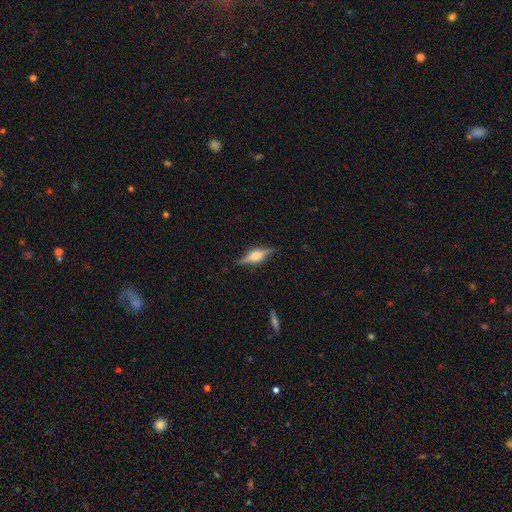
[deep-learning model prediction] The model was most divided on "smooth or featured": featured or disk: 76%, smooth: 17%, star or artifact: 6%. More confident: edge-on disk — yes (97%); edge-on bulge — rounded (91%); merging — none (88%).